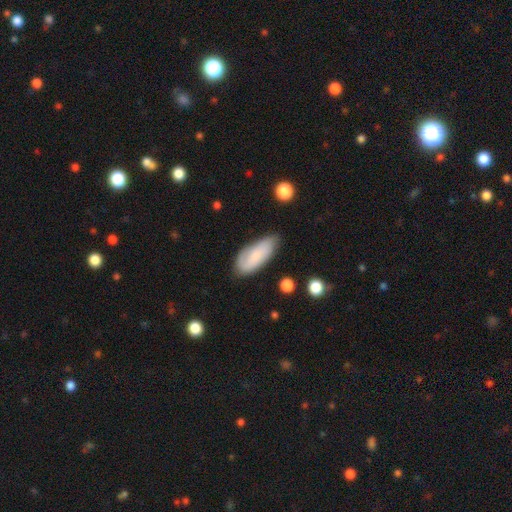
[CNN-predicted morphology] type=smooth (72%); roundness=in between (81%); merging=none (66%).